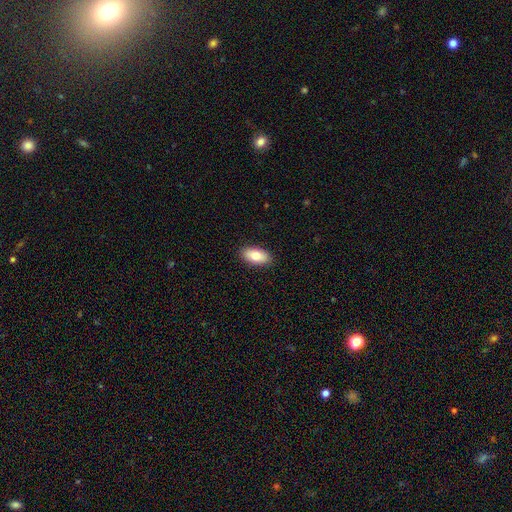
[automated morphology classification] A smooth galaxy with no disk features (80%) that is in between round and cigar-shaped (92%). Merging: none (90%).